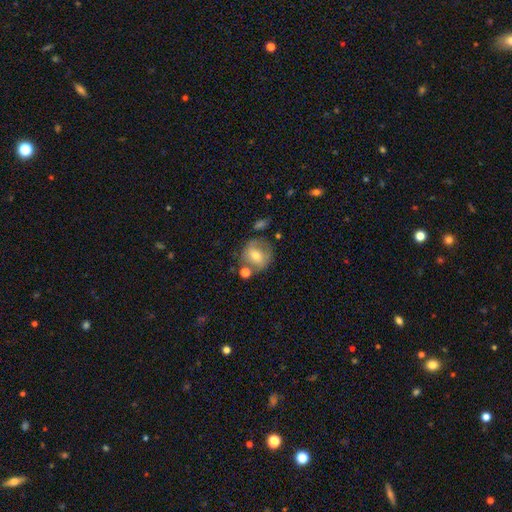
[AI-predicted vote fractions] A smooth galaxy with no disk features (56%) that is round (74%).

Vote fractions:
- Smooth or featured? smooth: 56% / featured or disk: 35% / star or artifact: 9%
- How rounded? round: 74% / in between: 25% / cigar-shaped: 1%
- Merging? none: 55% / minor disturbance: 21% / merger: 14% / major disturbance: 10%